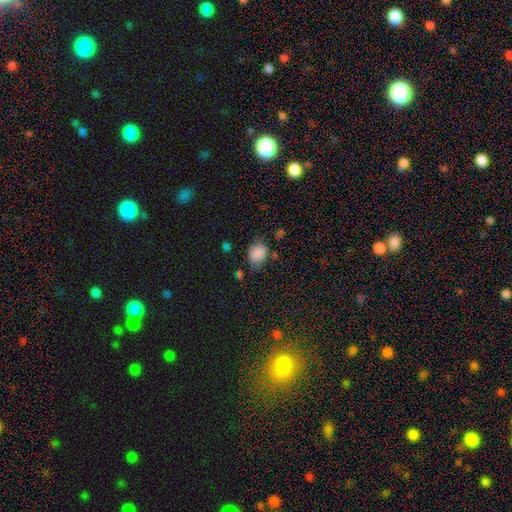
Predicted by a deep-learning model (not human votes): A smooth galaxy with no disk features (84%) that is in between round and cigar-shaped (54%). Merging: none (61%).